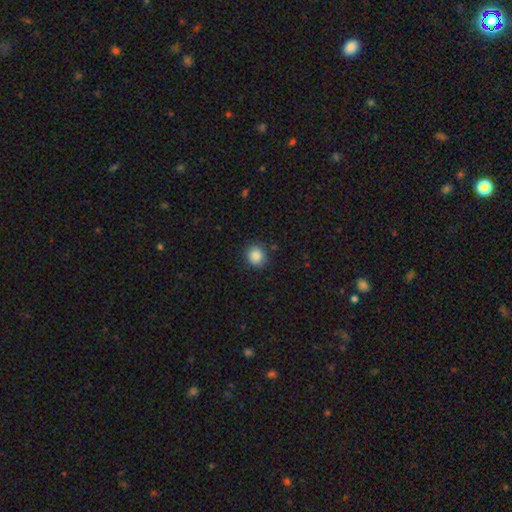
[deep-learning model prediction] Smooth or featured? Predicted: smooth (p=0.86). How rounded? Predicted: round (p=0.85). Merging? Predicted: none (p=0.88).